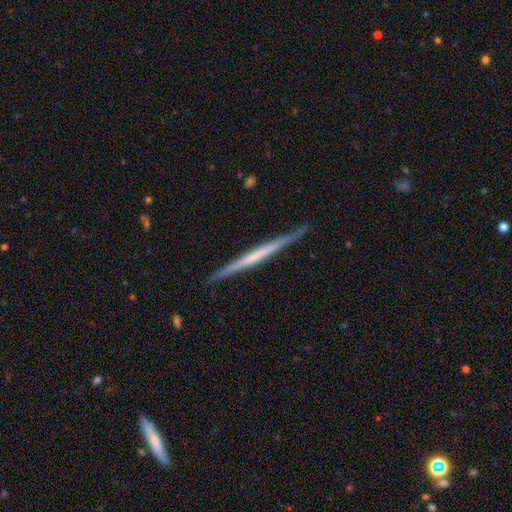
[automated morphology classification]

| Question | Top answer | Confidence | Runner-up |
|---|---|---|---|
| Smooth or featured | featured or disk | 63% | smooth (31%) |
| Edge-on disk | yes | 98% | no (2%) |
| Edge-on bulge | none | 78% | rounded (13%) |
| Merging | none | 89% | minor disturbance (8%) |